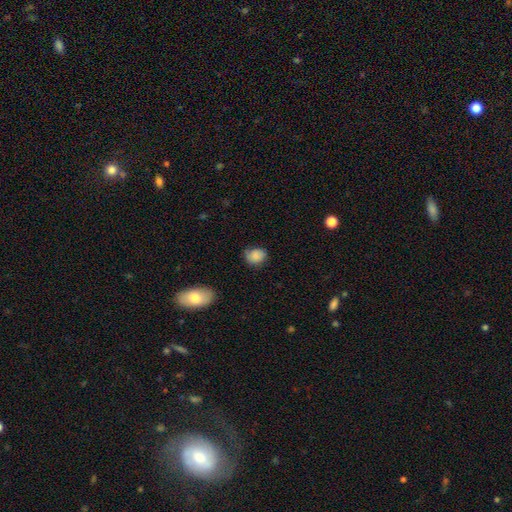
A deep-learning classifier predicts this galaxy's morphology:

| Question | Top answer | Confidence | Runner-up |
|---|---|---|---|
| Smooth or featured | smooth | 81% | featured or disk (10%) |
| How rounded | round | 57% | in between (42%) |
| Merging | none | 65% | minor disturbance (27%) |